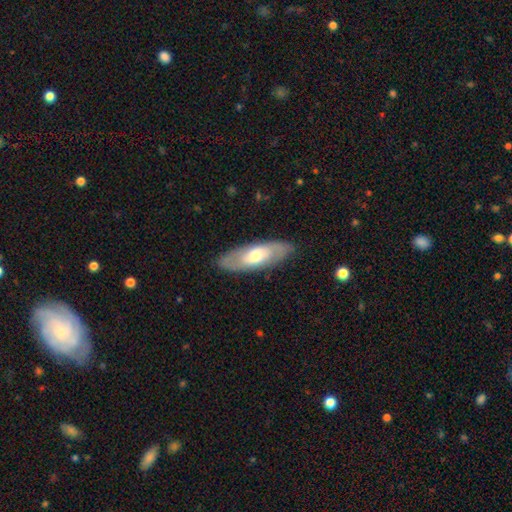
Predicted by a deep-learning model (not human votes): smooth-or-featured: featured or disk: 52% | smooth: 43% | star or artifact: 5%
  disk-edge-on: no: 75% | yes: 25%
  merging: none: 85% | minor disturbance: 11% | major disturbance: 3% | merger: 1%